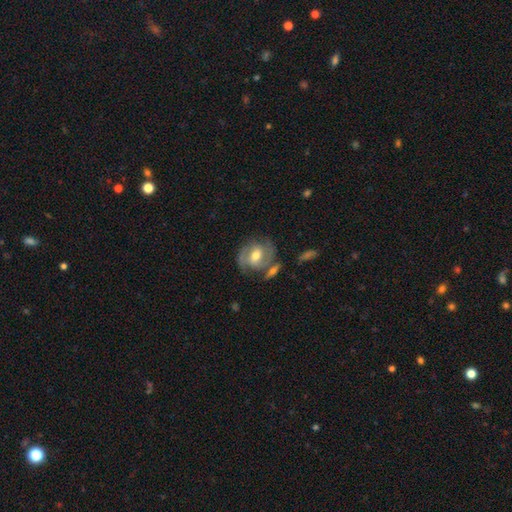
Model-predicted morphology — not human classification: This is likely a featured or disk galaxy (72%). It is clearly not viewed edge-on (96%). Bar: marginally weak (44%). Spiral arm pattern: clearly yes (86%). Spiral arm count: clearly 2 (81%). Spiral winding: marginally medium (44%). Central bulge: likely moderate (73%). Merging: likely none (67%).